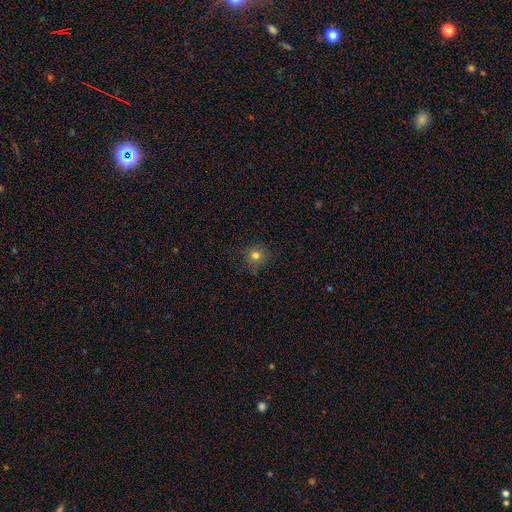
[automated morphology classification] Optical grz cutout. It shows a smooth galaxy with no disk features (77%) that is round (91%). Merging: none (85%).